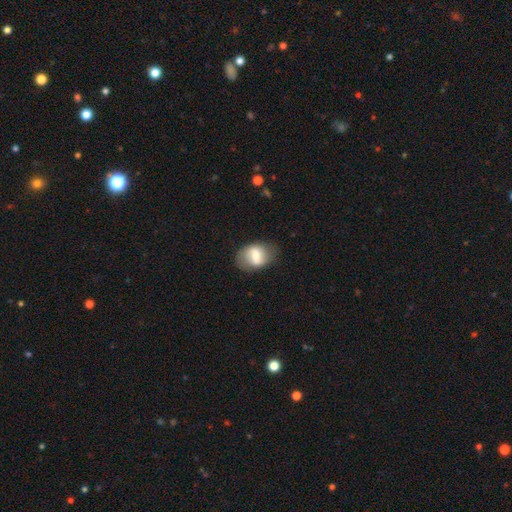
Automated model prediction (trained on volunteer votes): A smooth galaxy with no disk features (52%) that is in between round and cigar-shaped (79%).

Vote fractions:
- Smooth or featured? smooth: 52% / featured or disk: 41% / star or artifact: 7%
- How rounded? in between: 79% / round: 19% / cigar-shaped: 2%
- Merging? none: 75% / minor disturbance: 17% / major disturbance: 6% / merger: 1%